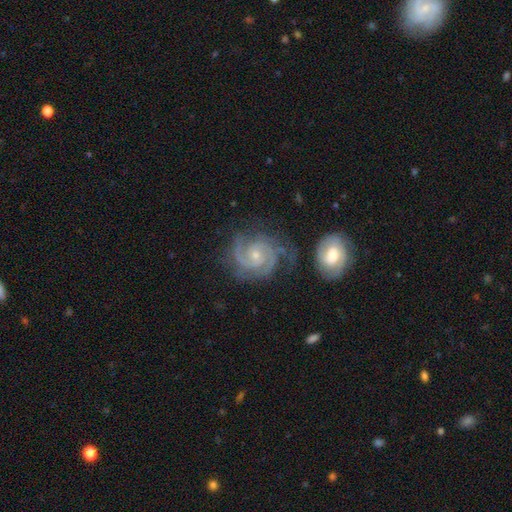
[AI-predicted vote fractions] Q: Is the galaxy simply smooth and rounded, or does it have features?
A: featured or disk — 91%.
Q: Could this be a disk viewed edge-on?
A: no — 98%.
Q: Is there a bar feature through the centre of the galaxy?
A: no — 68%.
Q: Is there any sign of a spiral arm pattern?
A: yes — 98%.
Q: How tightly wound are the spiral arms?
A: tight — 60%.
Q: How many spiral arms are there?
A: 2 — 58%.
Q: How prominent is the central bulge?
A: small — 65%.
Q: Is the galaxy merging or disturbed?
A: none — 66%.